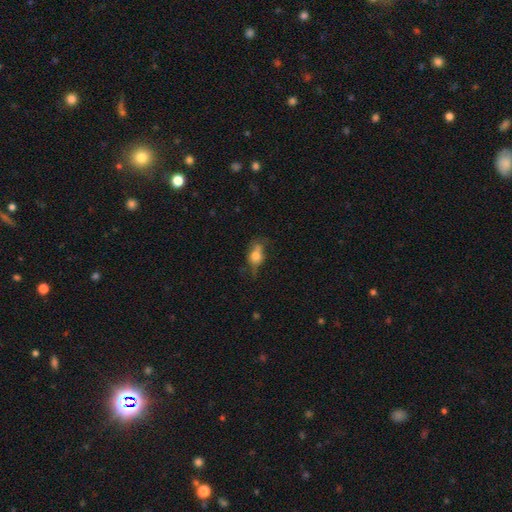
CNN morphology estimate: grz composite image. It shows a smooth galaxy with no disk features (62%) that is in between round and cigar-shaped (72%). Merging: none (47%).